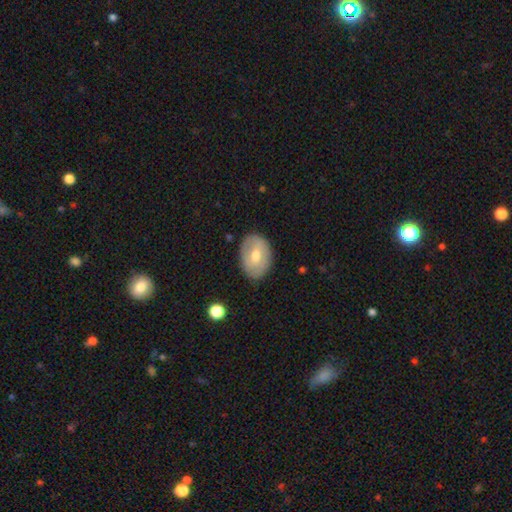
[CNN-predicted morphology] Q: Smooth or featured?
A: smooth (55%); runner-up: featured or disk (38%)
Q: How rounded?
A: in between (79%); runner-up: round (20%)
Q: Merging?
A: none (82%); runner-up: minor disturbance (14%)